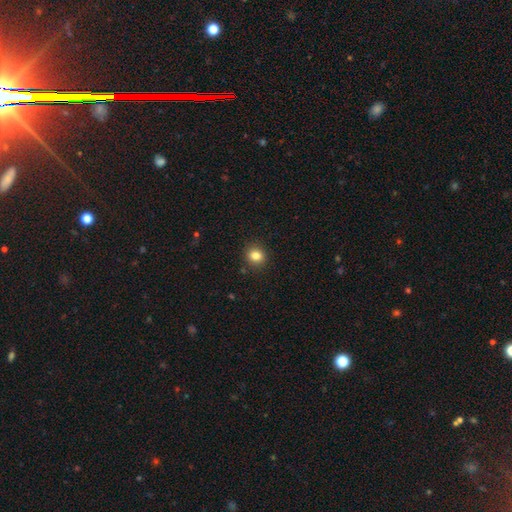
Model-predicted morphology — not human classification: Q: Smooth or featured?
A: smooth (83%); runner-up: star or artifact (11%)
Q: How rounded?
A: round (84%); runner-up: in between (15%)
Q: Merging?
A: none (90%); runner-up: minor disturbance (6%)